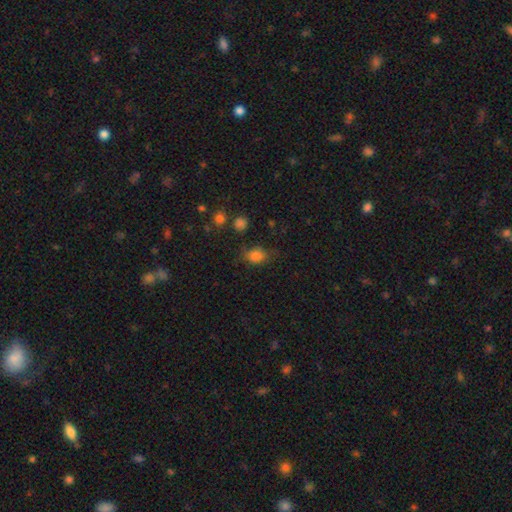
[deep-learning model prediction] Smooth or featured?
  - smooth: 80% *
  - star or artifact: 13%
  - featured or disk: 7%
How rounded?
  - in between: 61% *
  - round: 37%
  - cigar-shaped: 2%
Merging?
  - none: 62% *
  - minor disturbance: 25%
  - major disturbance: 10%
  - merger: 3%